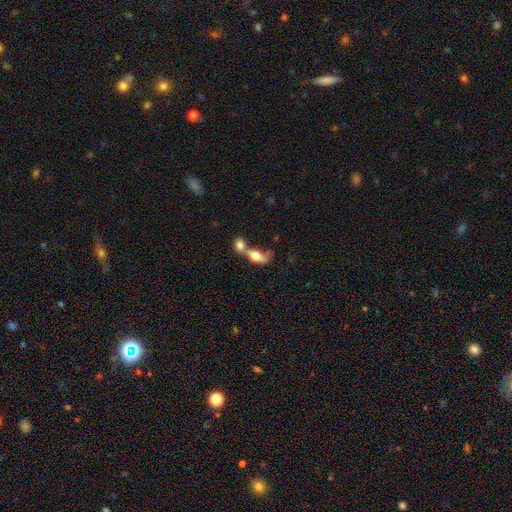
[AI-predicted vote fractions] Smooth or featured? Predicted: smooth (p=0.68). How rounded? Predicted: in between (p=0.74). Merging? Predicted: merger (p=0.76).